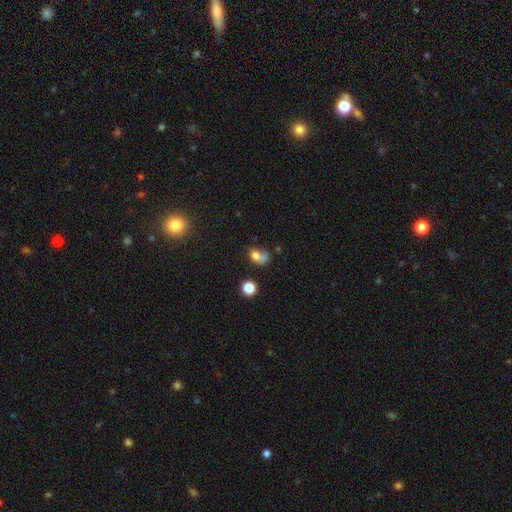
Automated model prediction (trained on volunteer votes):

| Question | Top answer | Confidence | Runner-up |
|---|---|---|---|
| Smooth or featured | smooth | 72% | featured or disk (14%) |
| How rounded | in between | 63% | round (35%) |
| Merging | none | 32% | minor disturbance (24%) |